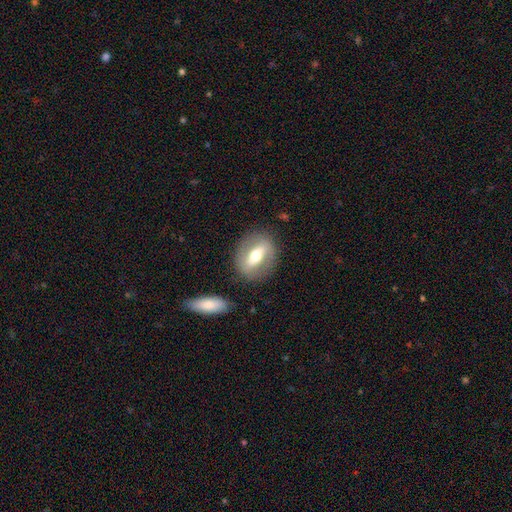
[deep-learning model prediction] Q: Smooth or featured?
A: featured or disk (54%); runner-up: smooth (39%)
Q: Edge-on disk?
A: no (74%); runner-up: yes (26%)
Q: Merging?
A: none (82%); runner-up: minor disturbance (11%)